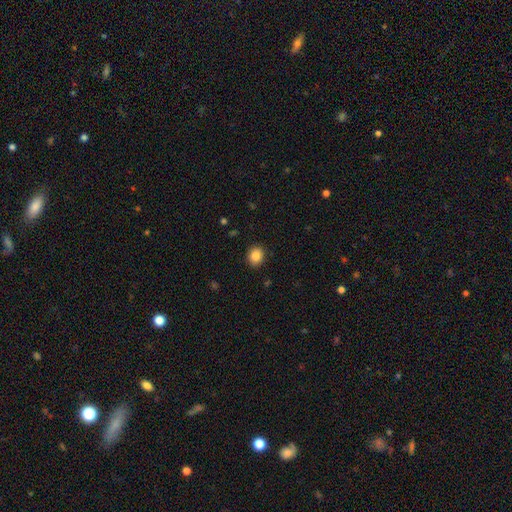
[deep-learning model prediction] Q: Smooth or featured?
A: smooth (86%); runner-up: star or artifact (9%)
Q: How rounded?
A: round (70%); runner-up: in between (29%)
Q: Merging?
A: none (90%); runner-up: minor disturbance (7%)